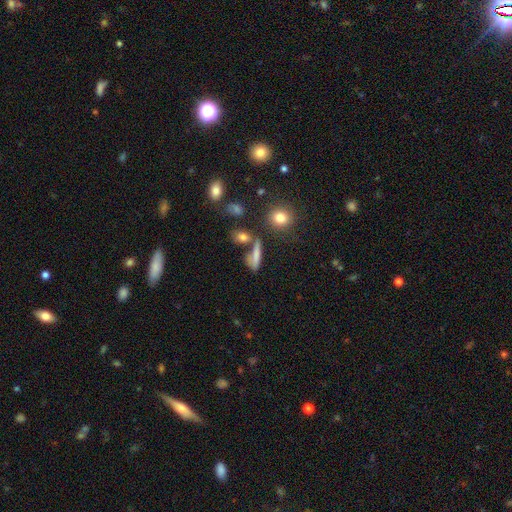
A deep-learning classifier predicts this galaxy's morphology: smooth_or_featured: smooth (p=0.71) [alt: featured or disk p=0.17]
how_rounded: cigar-shaped (p=0.61) [alt: in between p=0.30]
merging: none (p=0.52) [alt: merger p=0.21]